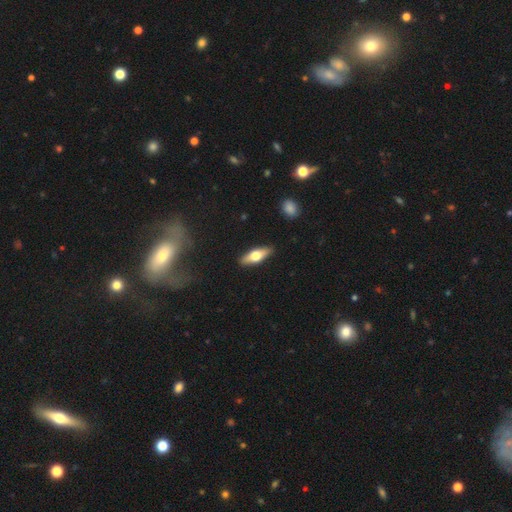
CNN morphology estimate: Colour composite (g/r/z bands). It shows a smooth galaxy with no disk features (53%) that is in between round and cigar-shaped (55%). Merging: none (88%).